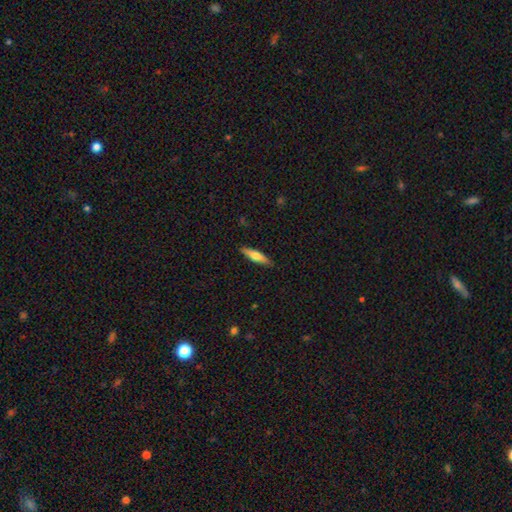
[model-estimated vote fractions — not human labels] This appears to be a smooth galaxy with no disk features (55%) that is cigar-shaped (78%). Merging: none (89%).